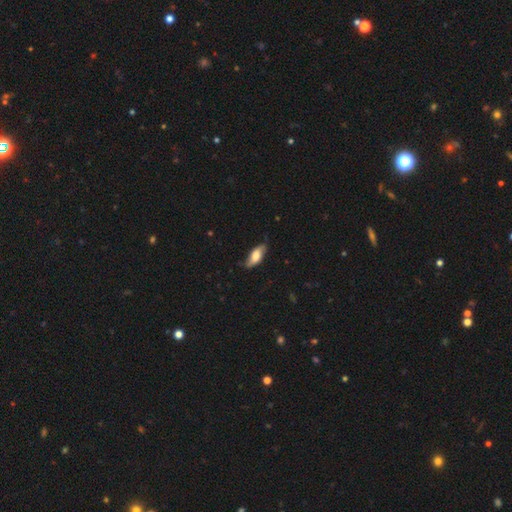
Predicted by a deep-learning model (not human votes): Smooth or featured: smooth — 59% (featured or disk — 34%)
How rounded: in between — 81% (cigar-shaped — 17%)
Merging: none — 68% (minor disturbance — 25%)